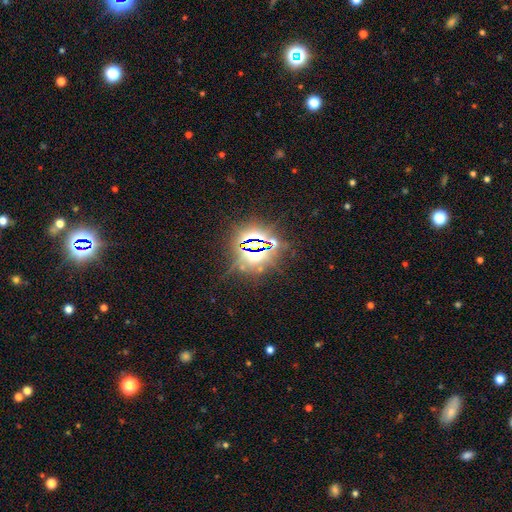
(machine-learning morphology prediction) smooth-or-featured: star or artifact: 80% | smooth: 12% | featured or disk: 8%